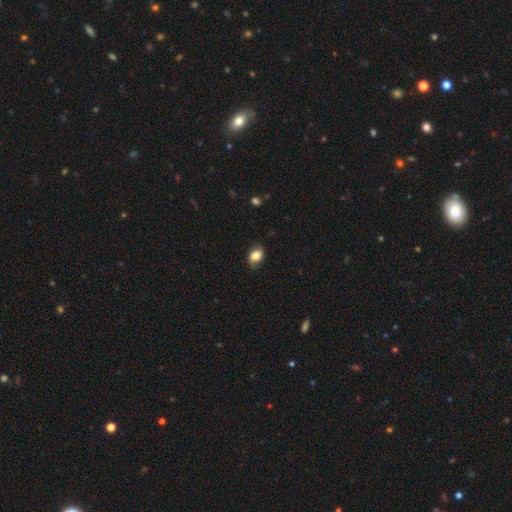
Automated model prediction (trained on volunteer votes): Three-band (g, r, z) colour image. It shows a smooth galaxy with no disk features (83%) that is in between round and cigar-shaped (77%). Merging: none (79%).